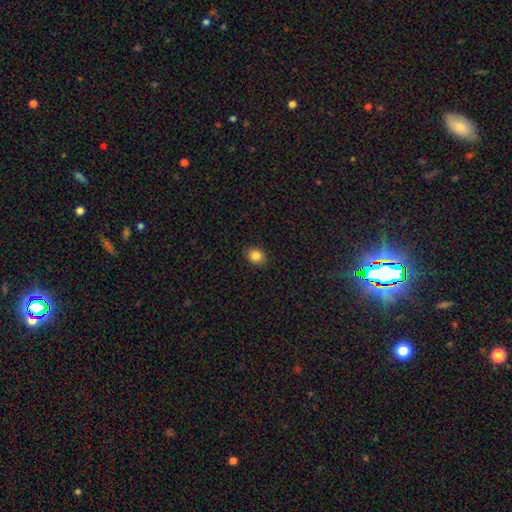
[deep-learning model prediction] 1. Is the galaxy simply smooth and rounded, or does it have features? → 84% smooth, 10% star or artifact, 6% featured or disk.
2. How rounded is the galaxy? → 56% round, 43% in between, 1% cigar-shaped.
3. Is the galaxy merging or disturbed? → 89% none, 8% minor disturbance, 2% major disturbance, 1% merger.